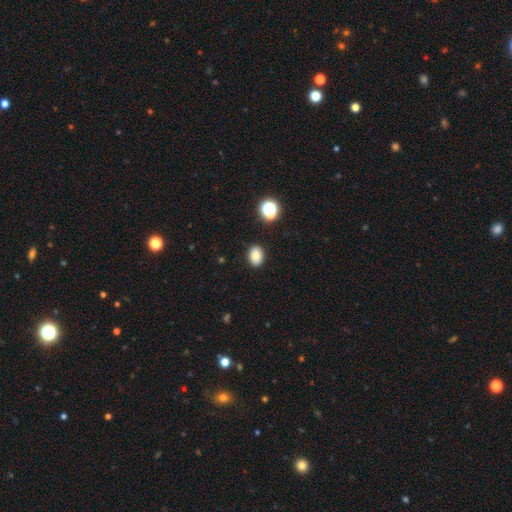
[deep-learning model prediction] The model was most divided on "how rounded": in between: 69%, round: 30%, cigar-shaped: 1%. More confident: merging — none (89%); smooth or featured — smooth (82%).